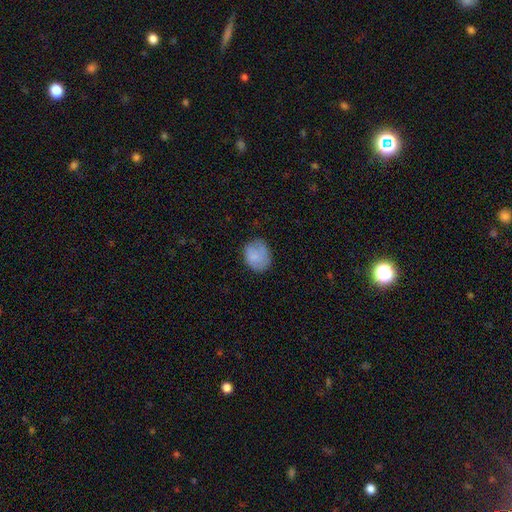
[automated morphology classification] A smooth galaxy with no disk features (80%) that is round (55%). Merging: none (67%).